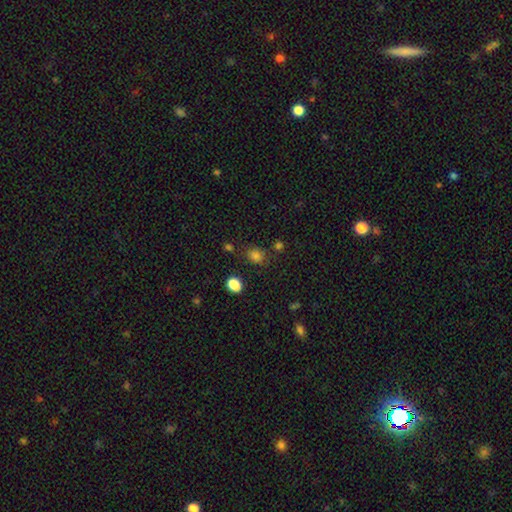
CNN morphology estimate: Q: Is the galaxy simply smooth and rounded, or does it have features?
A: smooth — 78%.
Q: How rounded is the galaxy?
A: round — 61%.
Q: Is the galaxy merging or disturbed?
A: none — 76%.